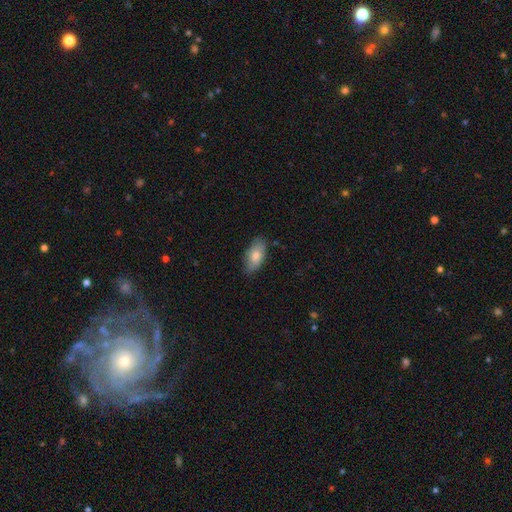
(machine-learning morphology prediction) Overall: smooth (76%). How rounded: in between (93%). Merging: none (76%).